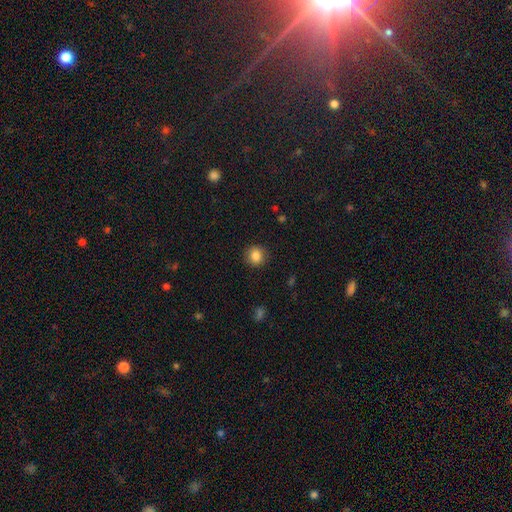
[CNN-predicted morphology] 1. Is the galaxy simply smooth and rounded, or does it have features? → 85% smooth, 10% star or artifact, 5% featured or disk.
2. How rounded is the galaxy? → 85% round, 14% in between, 1% cigar-shaped.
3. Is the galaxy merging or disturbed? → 89% none, 7% minor disturbance, 2% major disturbance, 1% merger.